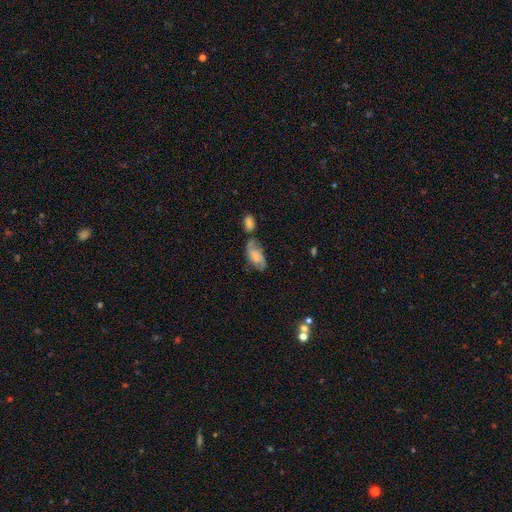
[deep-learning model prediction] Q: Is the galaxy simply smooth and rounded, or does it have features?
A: featured or disk — 46%, tied with smooth.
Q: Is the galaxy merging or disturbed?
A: none — 45%.